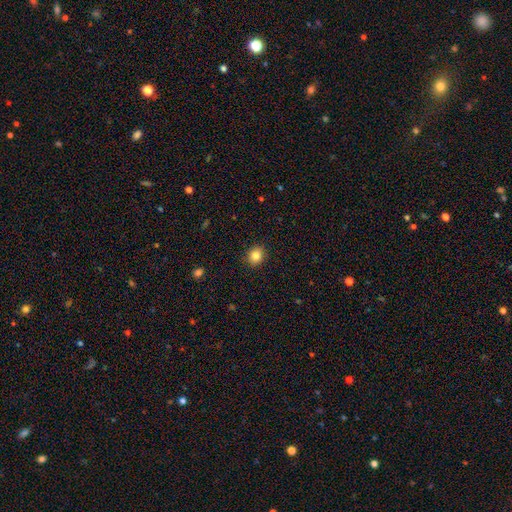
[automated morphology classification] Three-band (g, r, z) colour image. It shows a smooth galaxy with no disk features (84%) that is round (76%). Merging: none (90%).